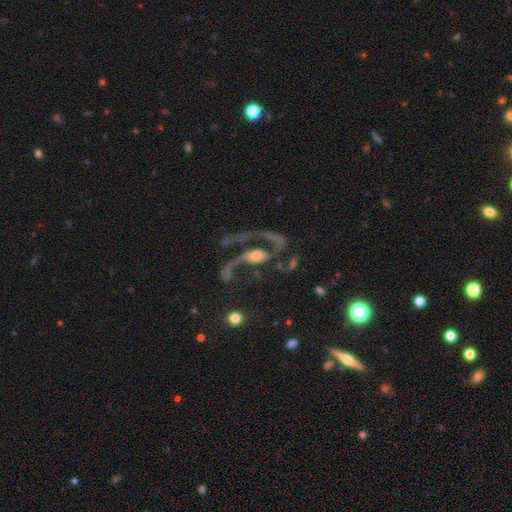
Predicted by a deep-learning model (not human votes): Smooth or featured: featured or disk — 84% (smooth — 8%)
Edge-on disk: no — 95% (yes — 5%)
Bar: no — 46% (weak — 31%)
Spiral arms: yes — 90% (no — 10%)
Spiral winding: loose — 65% (medium — 29%)
Spiral arm count: 2 — 80% (1 — 11%)
Bulge size: moderate — 50% (small — 34%)
Merging: none — 41% (major disturbance — 37%)